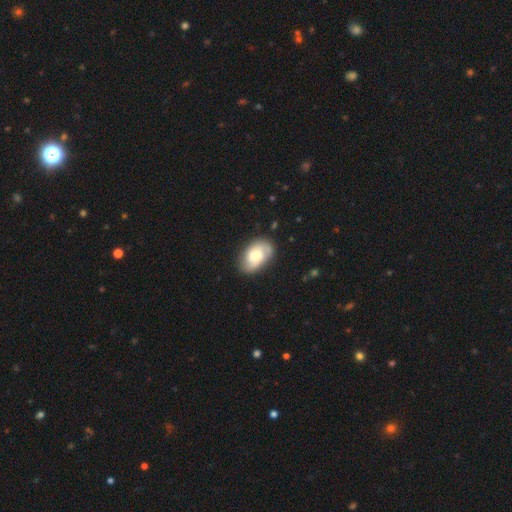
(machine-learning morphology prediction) The model was most divided on "smooth or featured": smooth: 50%, featured or disk: 43%, star or artifact: 7%. More confident: merging — none (75%).